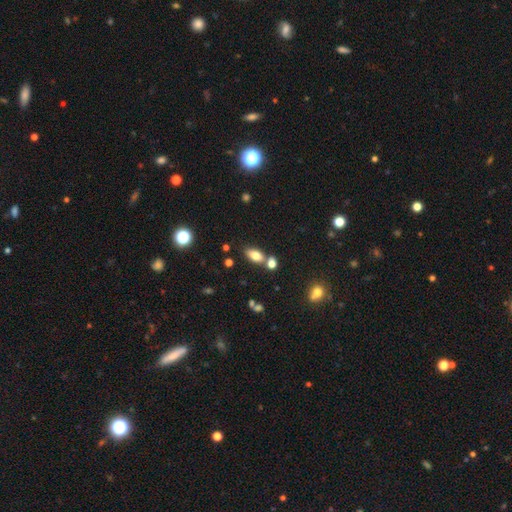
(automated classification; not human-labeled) Smooth or featured: smooth — 77% (featured or disk — 13%)
How rounded: in between — 87% (round — 7%)
Merging: none — 60% (merger — 25%)